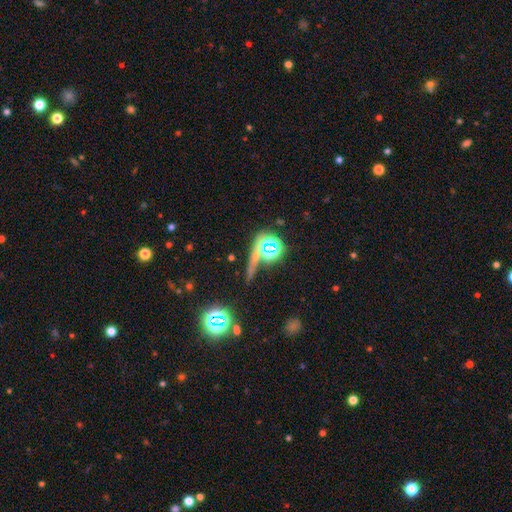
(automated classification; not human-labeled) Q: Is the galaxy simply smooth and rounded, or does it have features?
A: star or artifact — 56%.